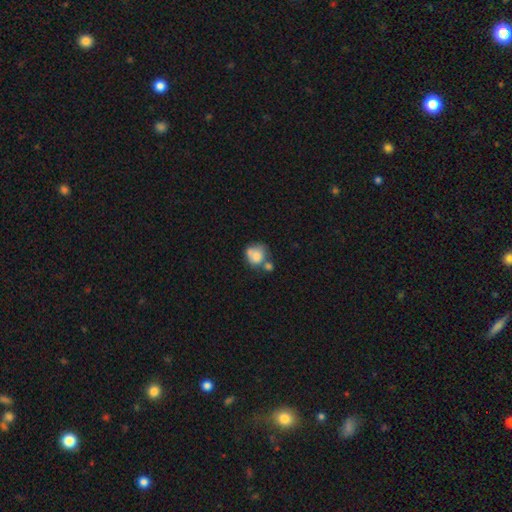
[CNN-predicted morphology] A smooth galaxy with no disk features (71%) that is round (71%). Merging: merger (43%).